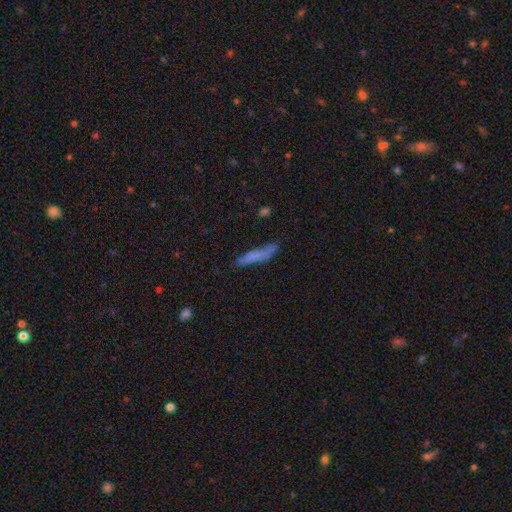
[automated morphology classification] Overall: smooth (69%). How rounded: cigar-shaped (89%). Merging: none (61%; minor disturbance 24%).